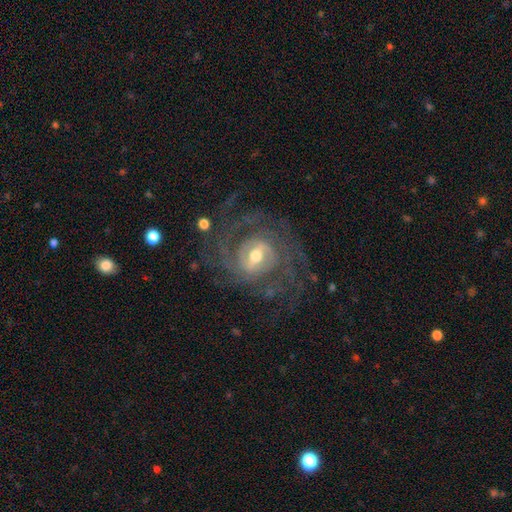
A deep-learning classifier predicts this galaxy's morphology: featured or disk 89%, smooth 6%, star or artifact 5%. Down the decision tree: edge-on disk — no (97%); bar — weak (47%); spiral arms — yes (94%); spiral arm count — 2 (30%); spiral winding — tight (54%); bulge size — moderate (63%); merging — none (69%).